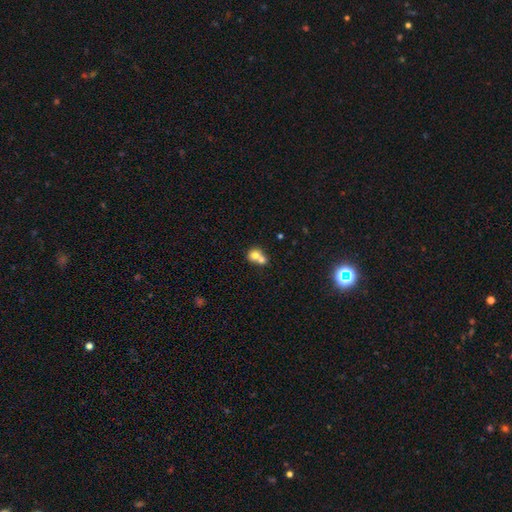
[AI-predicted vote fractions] Smooth or featured? Predicted: smooth (p=0.72). How rounded? Predicted: round (p=0.72). Merging? Predicted: merger (p=0.69).